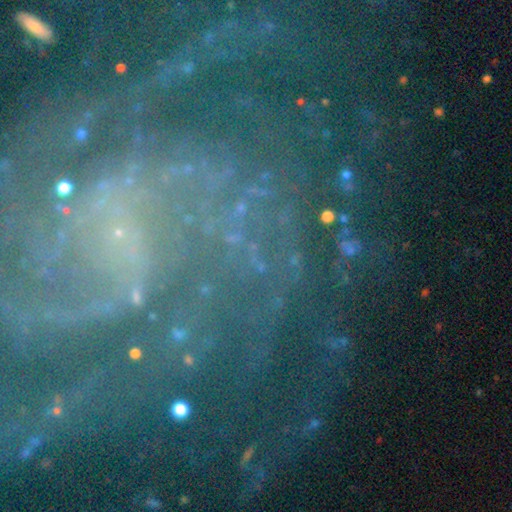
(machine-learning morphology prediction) Overall: featured or disk (74%). Edge-on disk: no (97%). Bar: no (52%; weak 29%). Spiral arms: yes (94%). Spiral arm count: can't tell (25%; 2 20%). Spiral winding: tight (59%; medium 30%). Bulge size: small (72%). Merging: none (67%).